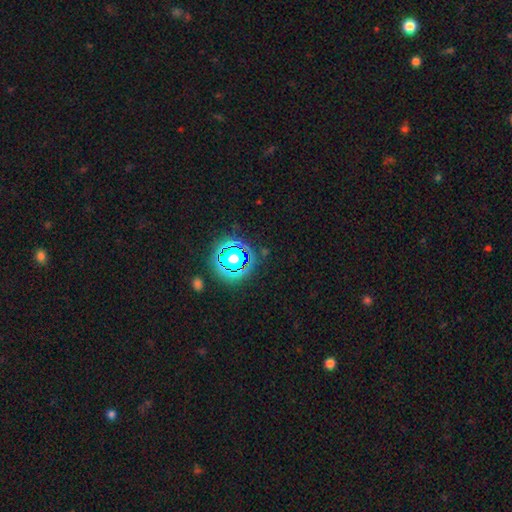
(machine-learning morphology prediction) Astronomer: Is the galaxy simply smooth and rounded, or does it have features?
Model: star or artifact — 76%.